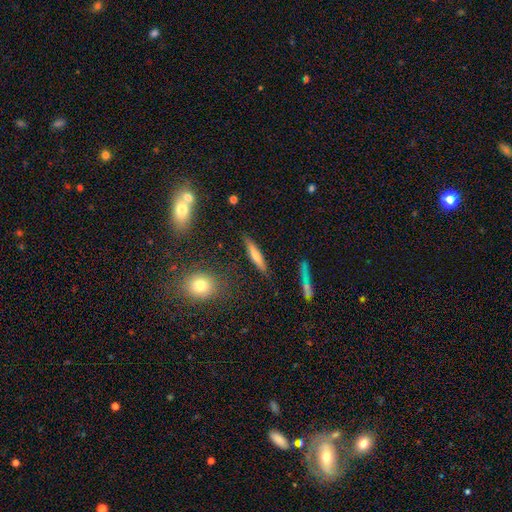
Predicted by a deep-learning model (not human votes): Overall: smooth (56%; featured or disk 36%). How rounded: cigar-shaped (83%). Merging: none (85%).